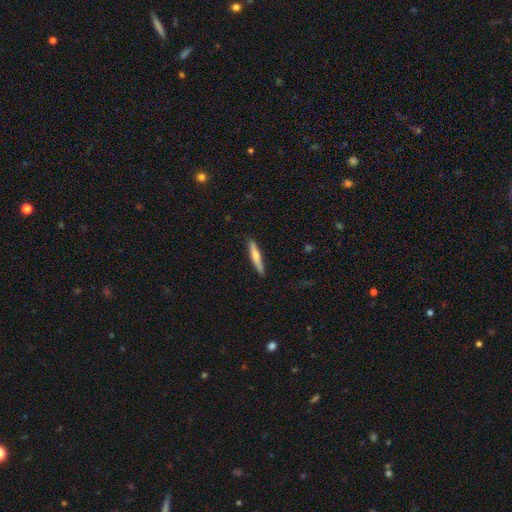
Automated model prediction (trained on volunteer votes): A smooth galaxy with no disk features (59%) that is cigar-shaped (92%).

Vote fractions:
- Smooth or featured? smooth: 59% / featured or disk: 35% / star or artifact: 5%
- How rounded? cigar-shaped: 92% / in between: 7% / round: 1%
- Merging? none: 88% / minor disturbance: 9% / major disturbance: 2% / merger: 1%